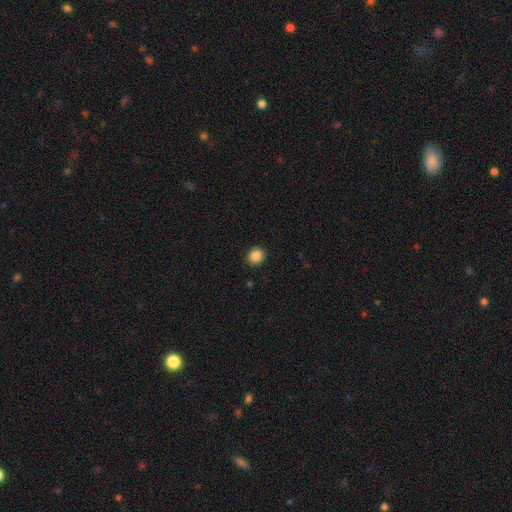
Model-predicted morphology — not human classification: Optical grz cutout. It shows a smooth galaxy with no disk features (87%) that is round (90%). Merging: none (92%).